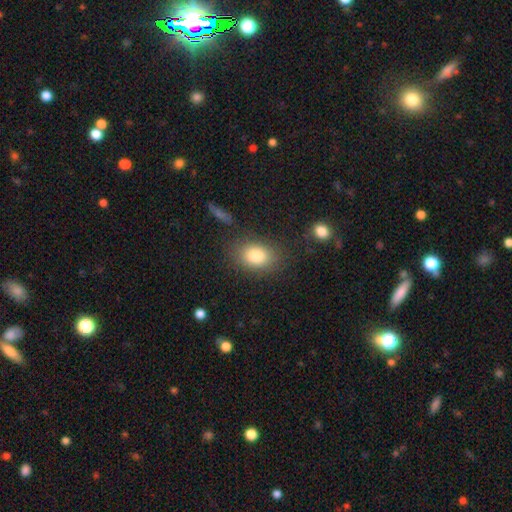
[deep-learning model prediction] smooth-or-featured: smooth: 82% | star or artifact: 9% | featured or disk: 9%
  how-rounded: in between: 74% | round: 24% | cigar-shaped: 1%
  merging: none: 79% | minor disturbance: 13% | major disturbance: 5% | merger: 4%